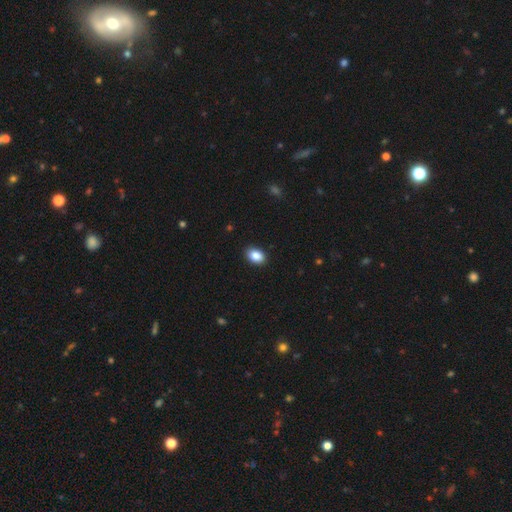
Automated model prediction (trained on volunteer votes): A smooth galaxy with no disk features (87%) that is in between round and cigar-shaped (79%). Merging: none (90%).